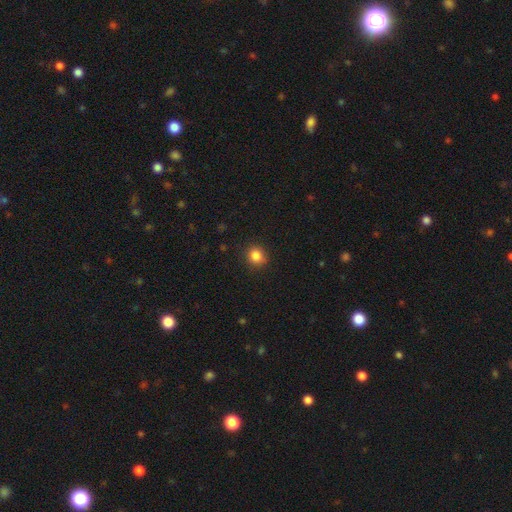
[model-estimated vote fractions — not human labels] Morphology: type=smooth (85%); roundness=round (82%); merging=none (88%).